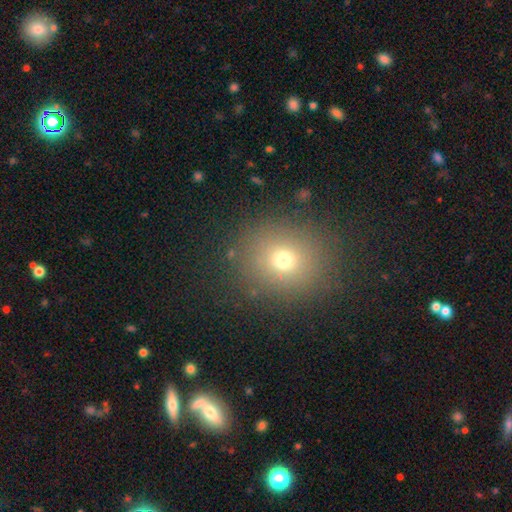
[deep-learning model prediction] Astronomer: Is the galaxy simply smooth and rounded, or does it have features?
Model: smooth — 63%.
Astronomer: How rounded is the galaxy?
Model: round — 80%.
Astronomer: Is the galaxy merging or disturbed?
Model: none — 89%.